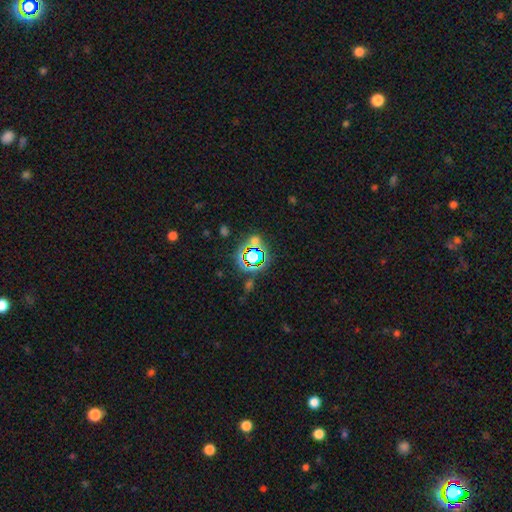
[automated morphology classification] The model was most divided on "smooth or featured": star or artifact: 66%, smooth: 23%, featured or disk: 11%.